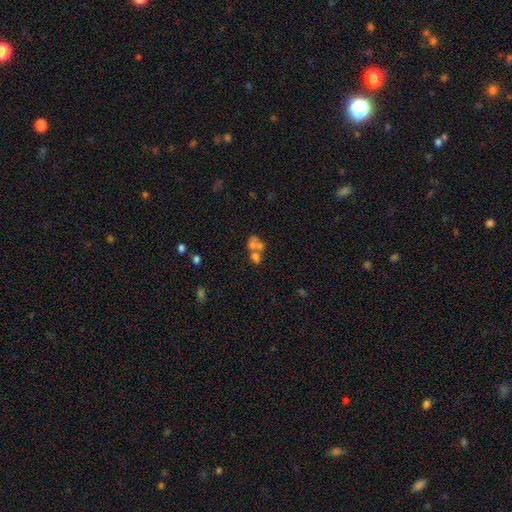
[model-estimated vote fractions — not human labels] A smooth galaxy with no disk features (45%).

Vote fractions:
- Smooth or featured? smooth: 45% / featured or disk: 29% / star or artifact: 26%
- Merging? merger: 53% / none: 32% / minor disturbance: 8% / major disturbance: 7%